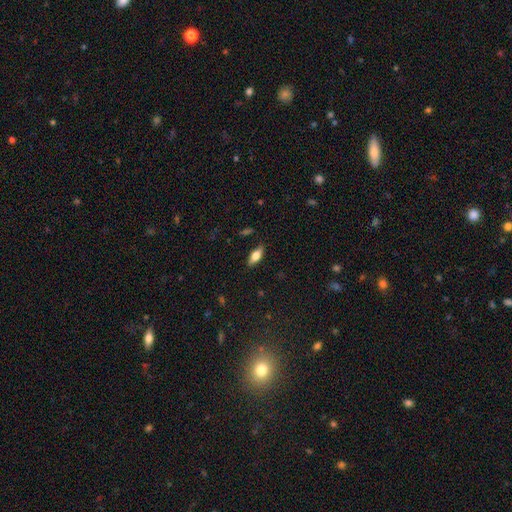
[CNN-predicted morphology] This appears to be a smooth galaxy with no disk features (64%) that is in between round and cigar-shaped (75%). Merging: none (86%).